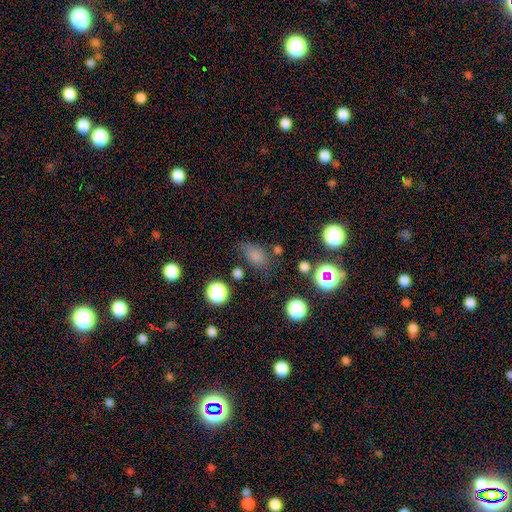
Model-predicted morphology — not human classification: type=smooth (74%); roundness=in between (78%); merging=none (66%).